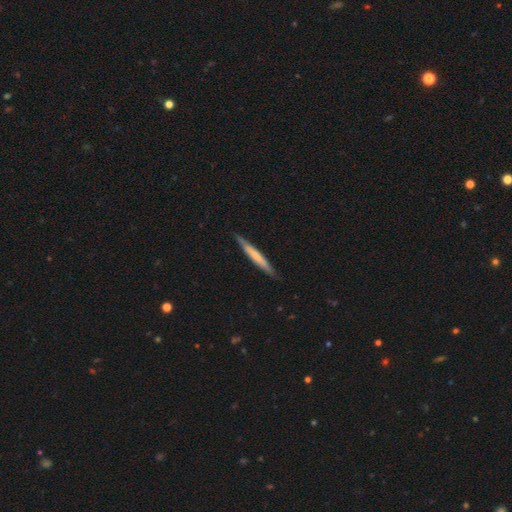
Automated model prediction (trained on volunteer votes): smooth_or_featured: smooth (p=0.54) [alt: featured or disk p=0.41]
how_rounded: cigar-shaped (p=0.96) [alt: in between p=0.03]
merging: none (p=0.86) [alt: minor disturbance p=0.11]